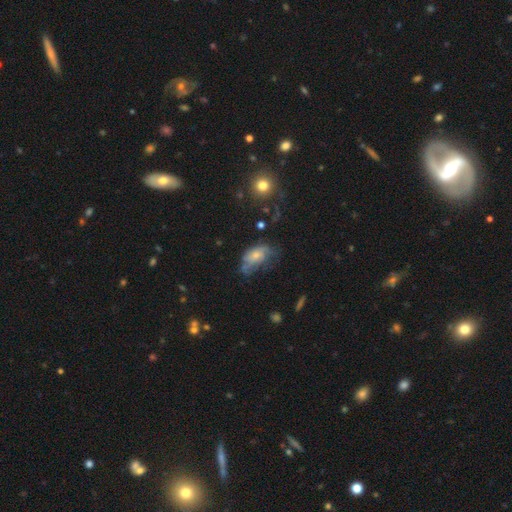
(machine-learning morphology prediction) featured or disk 45% (tied), smooth 45% (tied), star or artifact 10%. Down the decision tree: merging — none (33%).